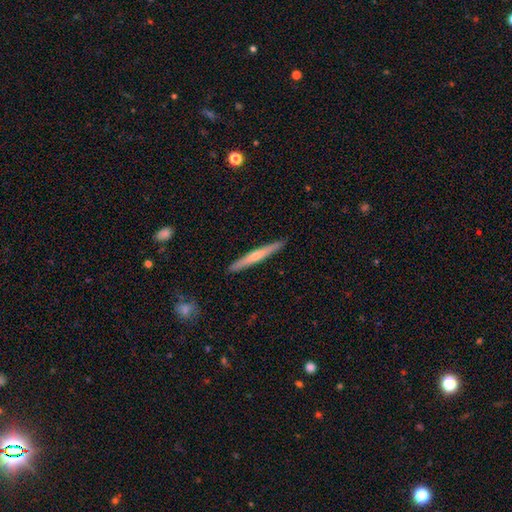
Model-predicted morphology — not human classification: This is likely a featured or disk galaxy (64%). It is clearly viewed edge-on (97%). Edge-on bulge: likely rounded (76%). Merging: clearly none (91%).